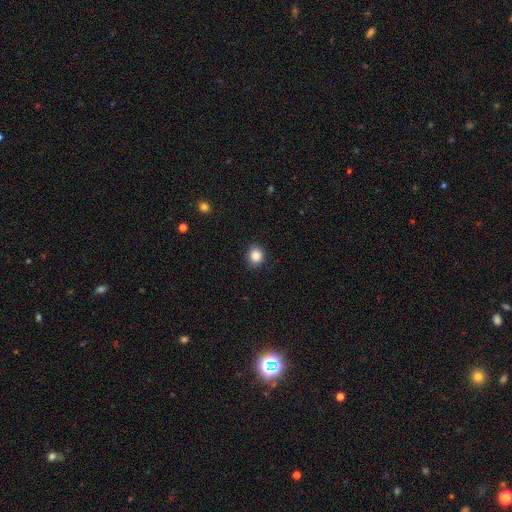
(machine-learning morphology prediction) type=smooth (87%); roundness=round (77%); merging=none (88%).